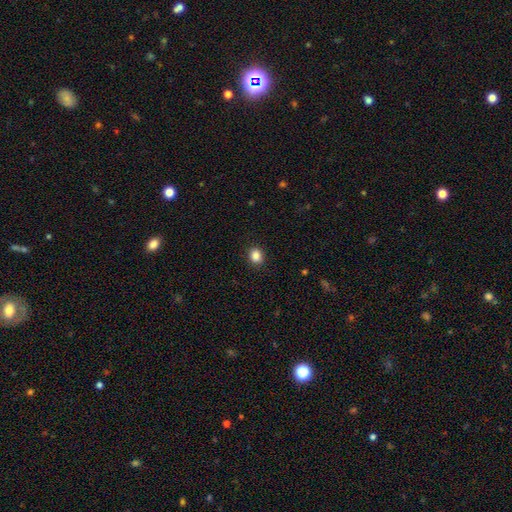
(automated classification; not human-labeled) This appears to be a smooth galaxy with no disk features (87%) that is round (66%). Merging: none (90%).